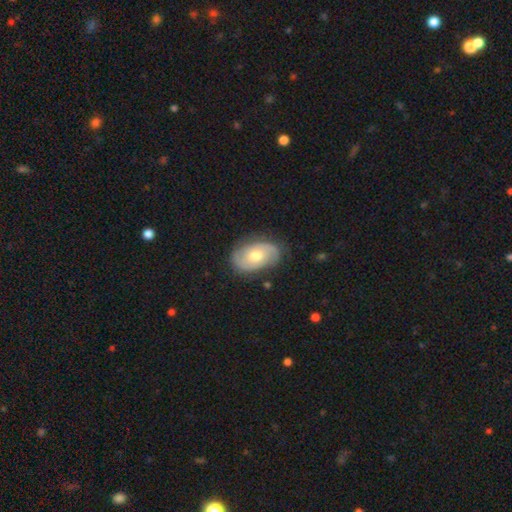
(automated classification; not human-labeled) Smooth or featured? featured or disk (70%)
Edge-on disk? no (95%)
Bar? no (70%)
Spiral arms? yes (86%)
Spiral winding? tight (49%)
Spiral arm count? 2 (77%)
Bulge size? moderate (75%)
Merging? none (78%)